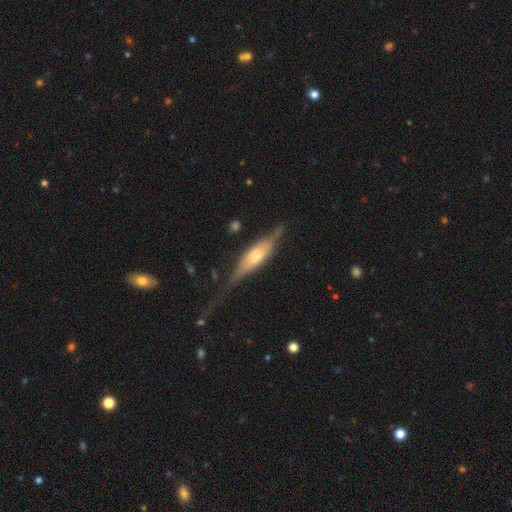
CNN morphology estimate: Smooth or featured? featured or disk (62%)
Edge-on disk? yes (86%)
Edge-on bulge? rounded (68%)
Merging? none (49%)